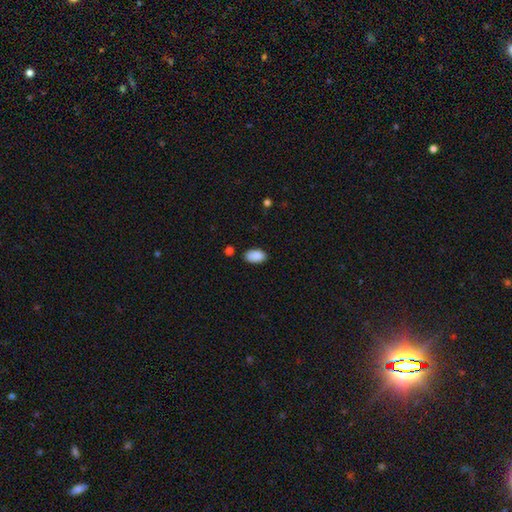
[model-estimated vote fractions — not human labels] The model was most divided on "merging": none: 80%, minor disturbance: 14%, major disturbance: 3%, merger: 3%. More confident: how rounded — in between (94%); smooth or featured — smooth (88%).